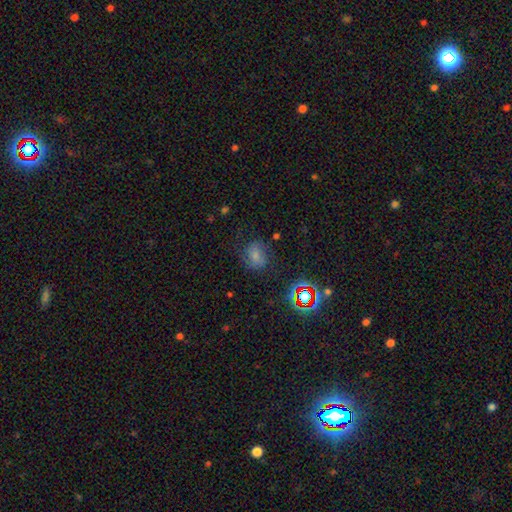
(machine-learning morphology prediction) Smooth or featured: smooth — 56% (featured or disk — 23%)
How rounded: round — 54% (in between — 44%)
Merging: none — 64% (minor disturbance — 22%)